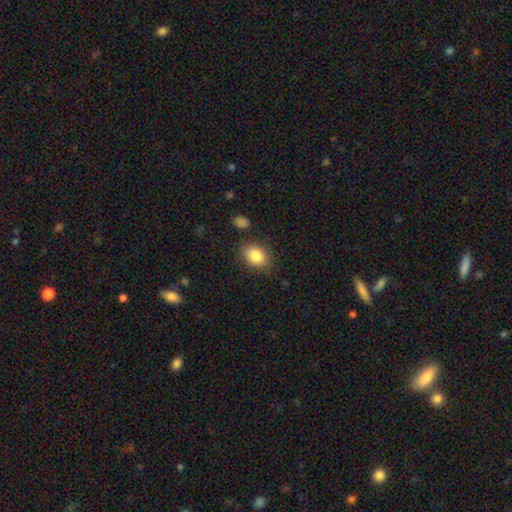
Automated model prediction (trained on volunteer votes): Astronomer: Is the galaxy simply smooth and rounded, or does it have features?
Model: smooth — 85%.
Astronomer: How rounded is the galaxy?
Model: in between — 67%.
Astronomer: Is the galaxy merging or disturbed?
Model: none — 82%.